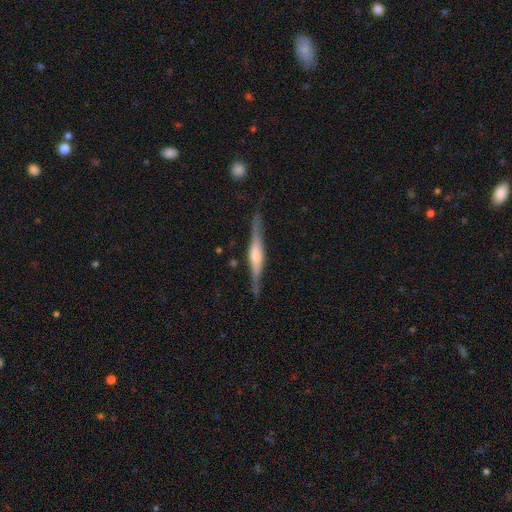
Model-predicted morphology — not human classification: The model was most divided on "edge-on bulge": rounded: 62%, boxy: 27%, none: 11%. More confident: edge-on disk — yes (96%); merging — none (82%); smooth or featured — featured or disk (70%).